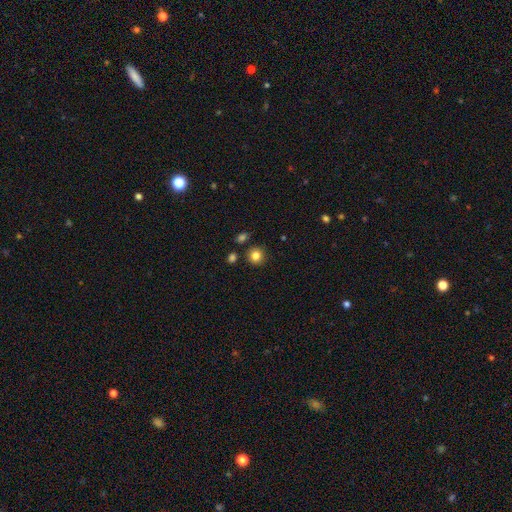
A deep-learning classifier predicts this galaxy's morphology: This appears to be a smooth galaxy with no disk features (83%) that is round (91%). Merging: none (86%).